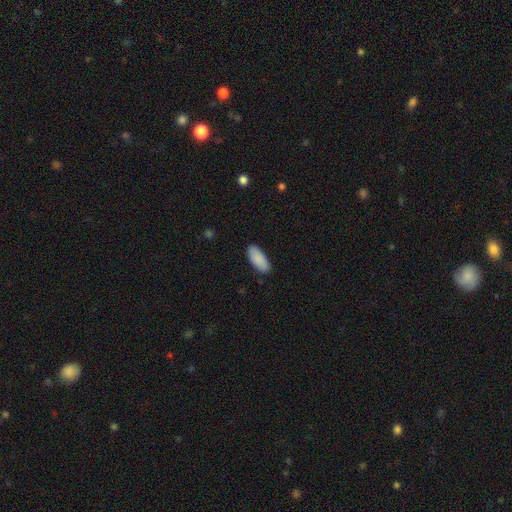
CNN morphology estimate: This is clearly a smooth galaxy (89%). How rounded: clearly in between (85%). Merging: clearly none (87%).